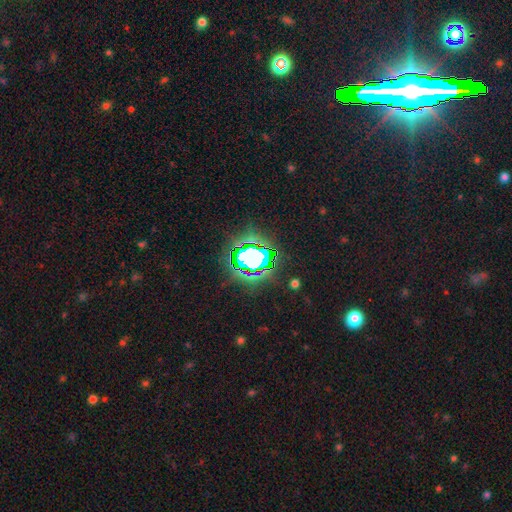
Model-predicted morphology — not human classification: Smooth or featured?
  - star or artifact: 68% *
  - smooth: 19%
  - featured or disk: 13%